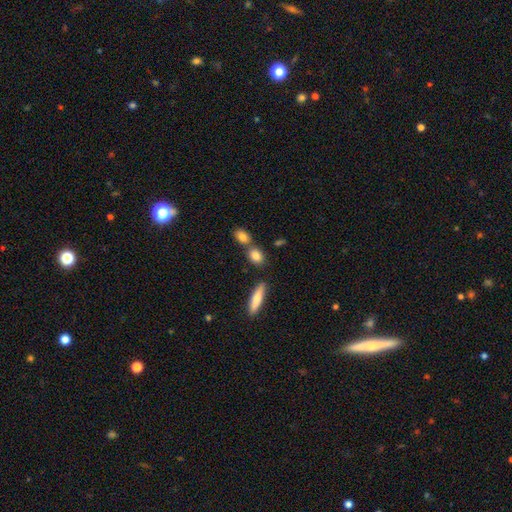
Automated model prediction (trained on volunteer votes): This is clearly a smooth galaxy (82%). How rounded: likely in between (63%). Merging: possibly none (58%).